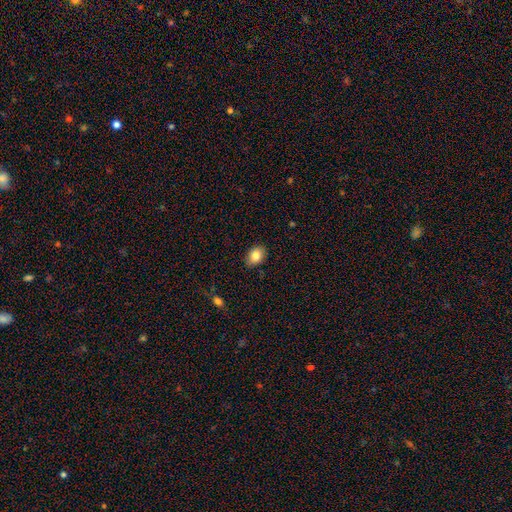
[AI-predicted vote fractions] This is clearly a smooth galaxy (84%). How rounded: likely in between (71%). Merging: clearly none (85%).